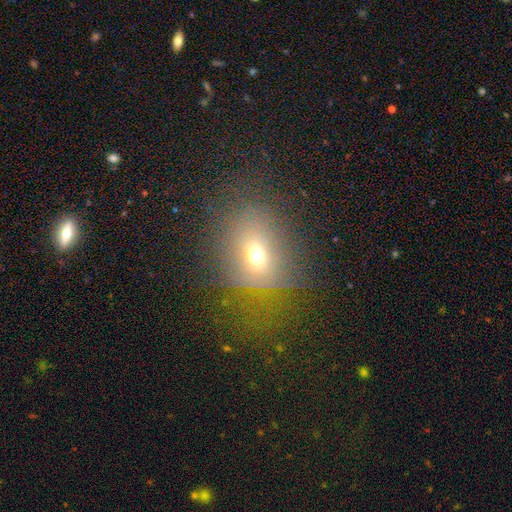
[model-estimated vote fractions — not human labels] This appears to be a smooth galaxy with no disk features (59%) that is round (52%). Merging: none (57%).